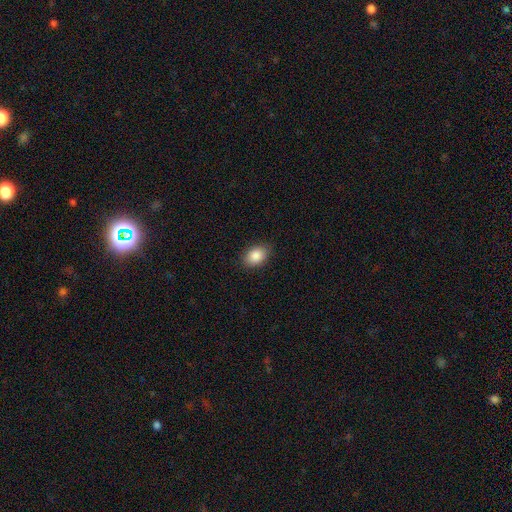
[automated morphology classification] Smooth or featured? smooth (87%)
How rounded? in between (82%)
Merging? none (87%)